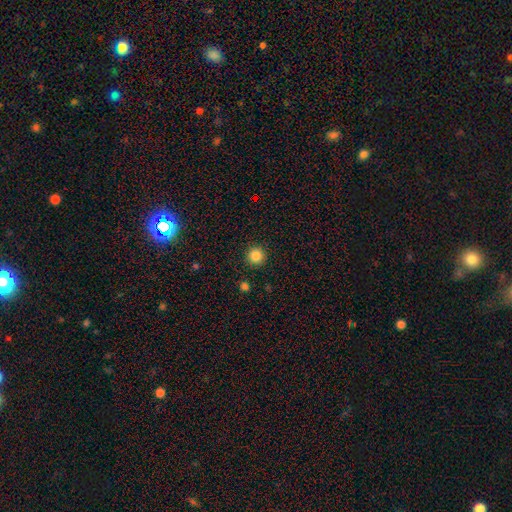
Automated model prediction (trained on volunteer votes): Smooth or featured? Predicted: smooth (p=0.85). How rounded? Predicted: round (p=0.96). Merging? Predicted: none (p=0.92).